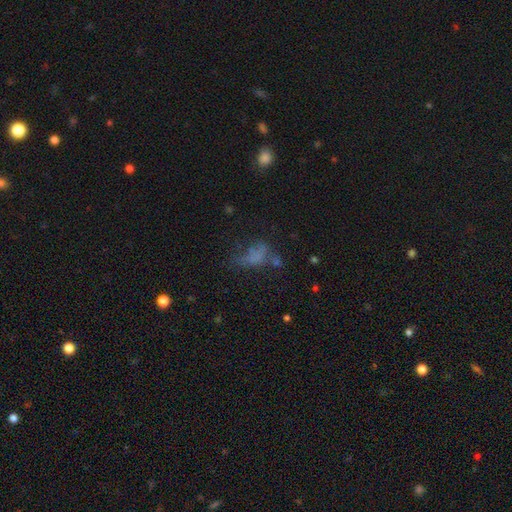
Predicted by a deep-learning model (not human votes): This appears to be a smooth galaxy with no disk features (49%). Merging: major disturbance (36%).